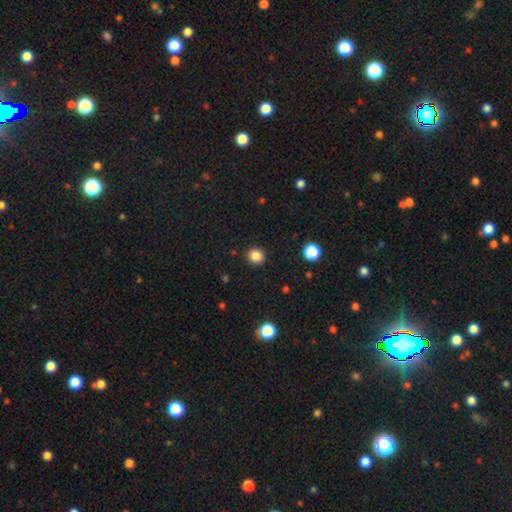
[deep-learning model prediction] Morphology: type=smooth (85%); roundness=round (87%); merging=none (91%).